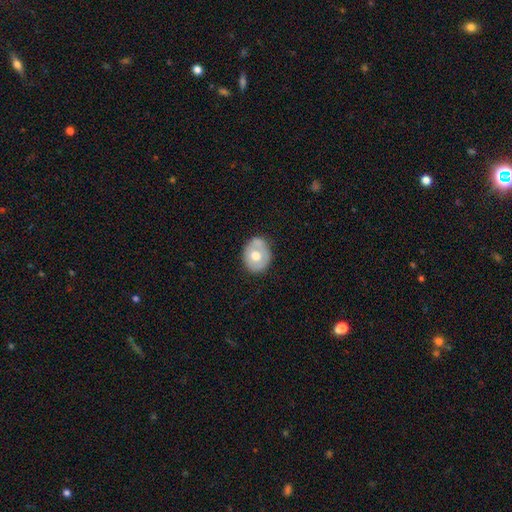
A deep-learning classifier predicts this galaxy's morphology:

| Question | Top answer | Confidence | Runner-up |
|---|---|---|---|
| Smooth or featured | smooth | 59% | featured or disk (34%) |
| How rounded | round | 53% | in between (46%) |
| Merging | none | 62% | minor disturbance (24%) |